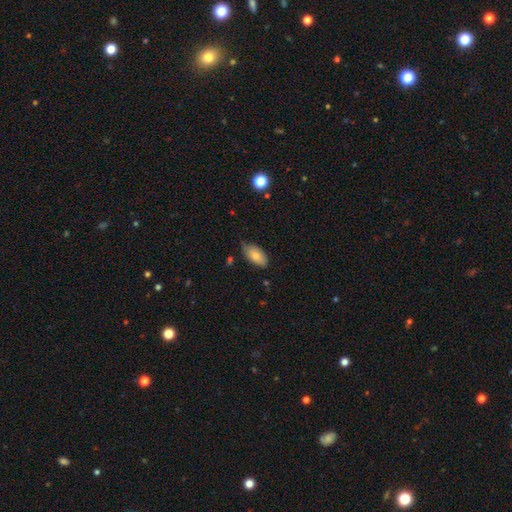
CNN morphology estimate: Smooth or featured: smooth — 80% (featured or disk — 13%)
How rounded: in between — 93% (cigar-shaped — 3%)
Merging: none — 69% (minor disturbance — 25%)